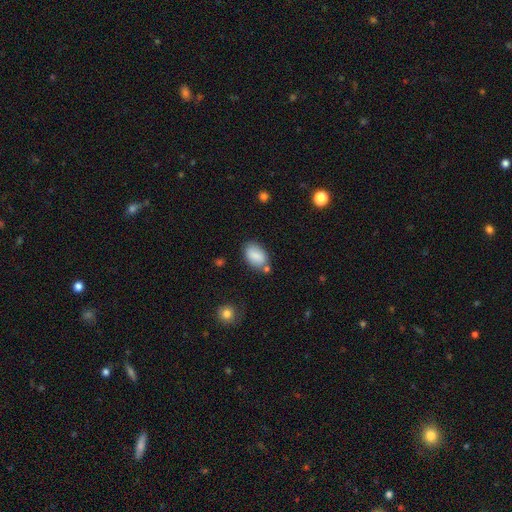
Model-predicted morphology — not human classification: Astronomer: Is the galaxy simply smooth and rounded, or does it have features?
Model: smooth — 85%.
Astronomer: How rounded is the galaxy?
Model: in between — 91%.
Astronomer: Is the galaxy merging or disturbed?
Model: none — 69%.